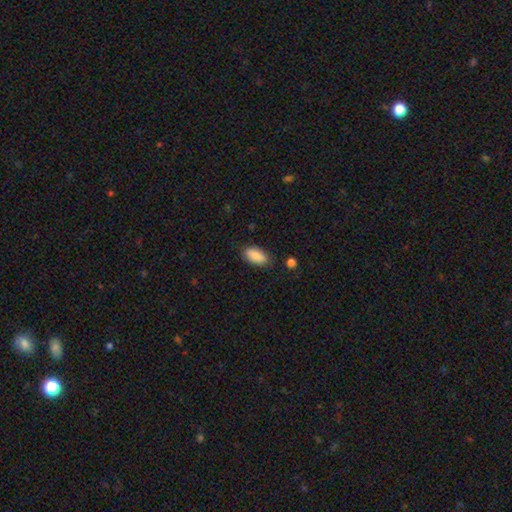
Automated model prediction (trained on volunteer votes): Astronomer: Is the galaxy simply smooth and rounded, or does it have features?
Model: smooth — 87%.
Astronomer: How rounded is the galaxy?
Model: in between — 91%.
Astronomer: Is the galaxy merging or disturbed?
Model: none — 83%.